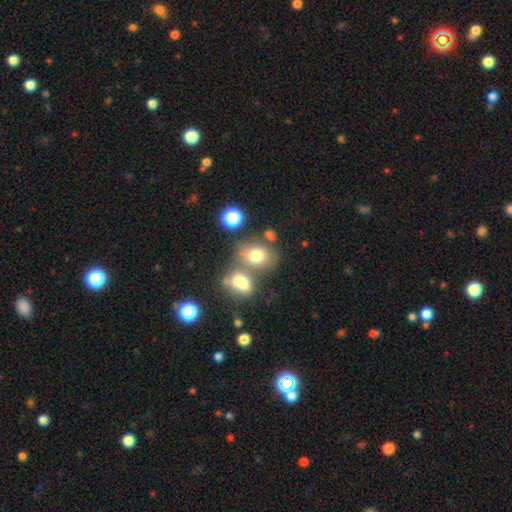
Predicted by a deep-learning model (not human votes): A smooth galaxy with no disk features (72%) that is in between round and cigar-shaped (57%).

Vote fractions:
- Smooth or featured? smooth: 72% / featured or disk: 14% / star or artifact: 14%
- How rounded? in between: 57% / round: 42% / cigar-shaped: 1%
- Merging? none: 44% / merger: 37% / minor disturbance: 13% / major disturbance: 6%